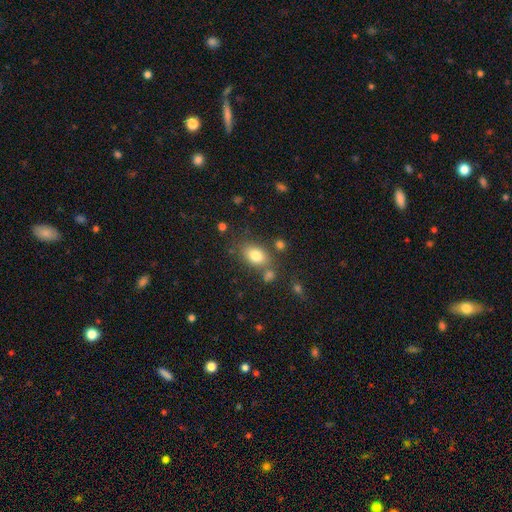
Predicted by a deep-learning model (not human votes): Smooth or featured? smooth (80%)
How rounded? in between (83%)
Merging? none (70%)